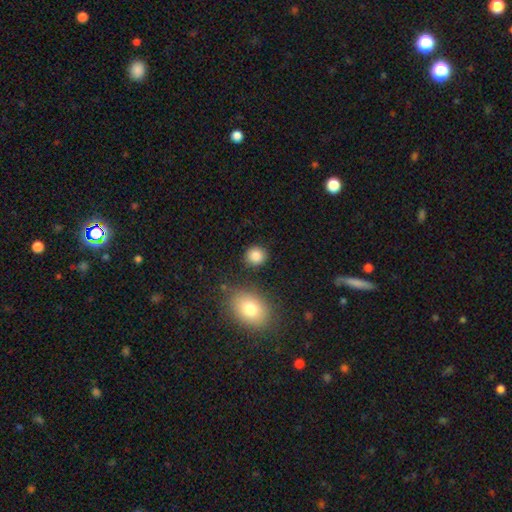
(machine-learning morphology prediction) This is clearly a smooth galaxy (86%). How rounded: clearly round (83%). Merging: clearly none (85%).